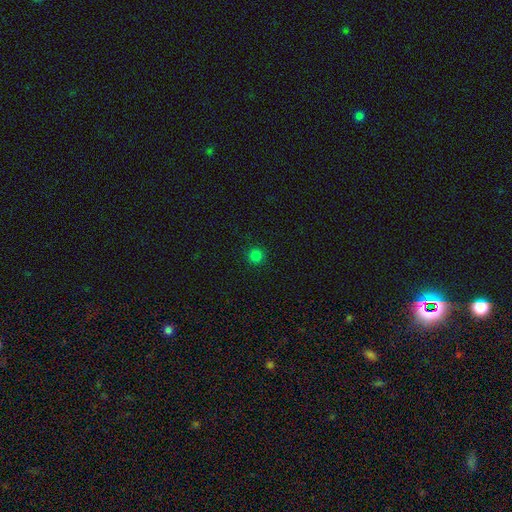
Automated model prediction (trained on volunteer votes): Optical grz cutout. It shows a smooth galaxy with no disk features (81%) that is round (95%). Merging: none (93%).